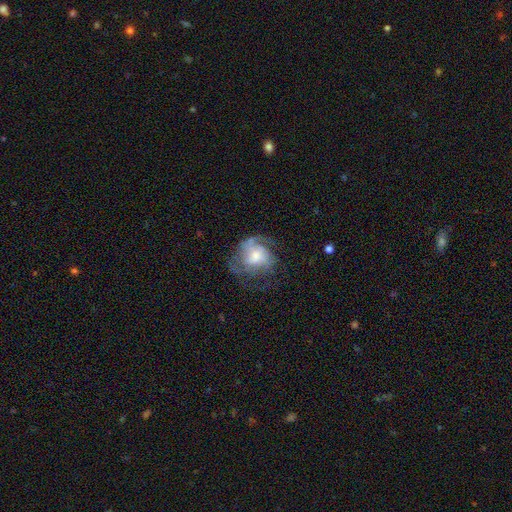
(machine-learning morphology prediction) A featured or disk galaxy (67%) with no bar (64%), 2 (32%) medium (44%) spiral arms (81%) and a moderate central bulge (44%). Merging: none (49%).